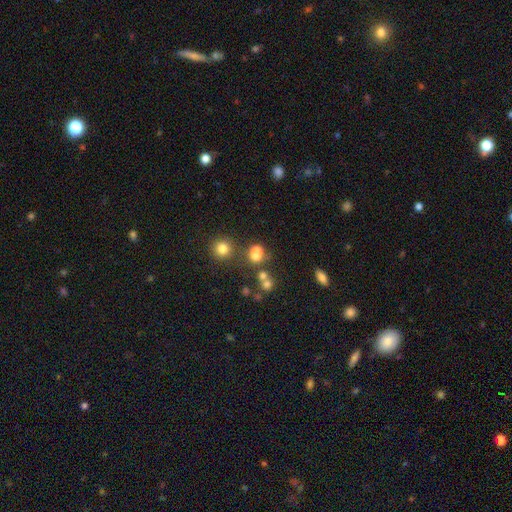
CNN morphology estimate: Overall: smooth (70%). How rounded: round (51%; in between 48%). Merging: none (45%; merger 36%).